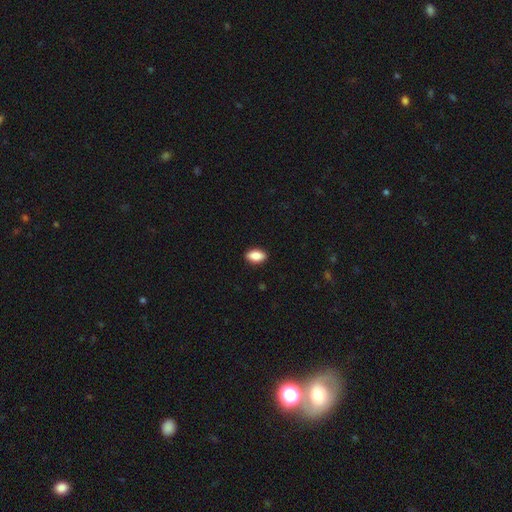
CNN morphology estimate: type=smooth (87%); roundness=in between (91%); merging=none (90%).